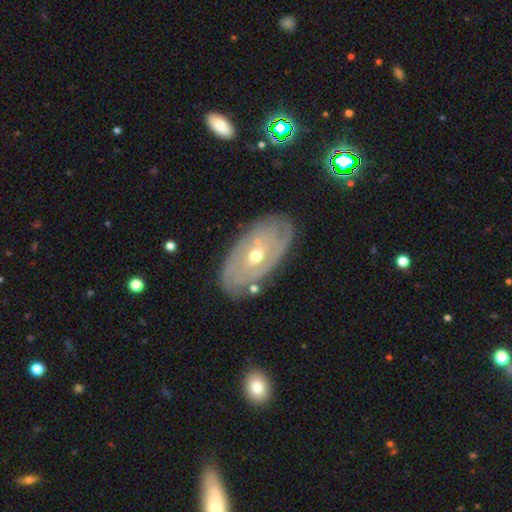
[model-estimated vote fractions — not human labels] featured or disk 73%, smooth 21%, star or artifact 6%. Down the decision tree: edge-on disk — no (91%); bar — no (74%); spiral arms — yes (61%); bulge size — moderate (56%); merging — none (77%).